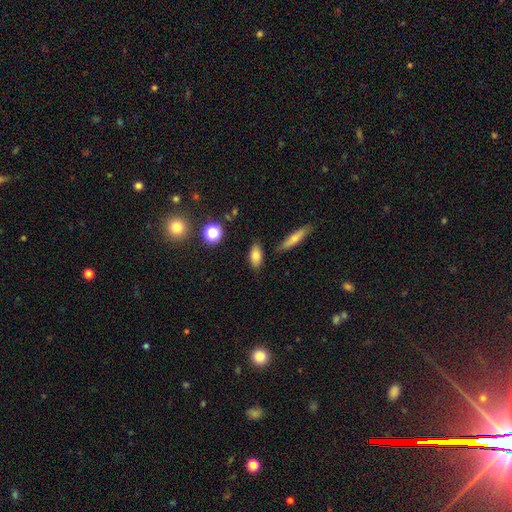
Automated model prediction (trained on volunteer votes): This appears to be a smooth galaxy with no disk features (81%) that is in between round and cigar-shaped (83%). Merging: none (82%).